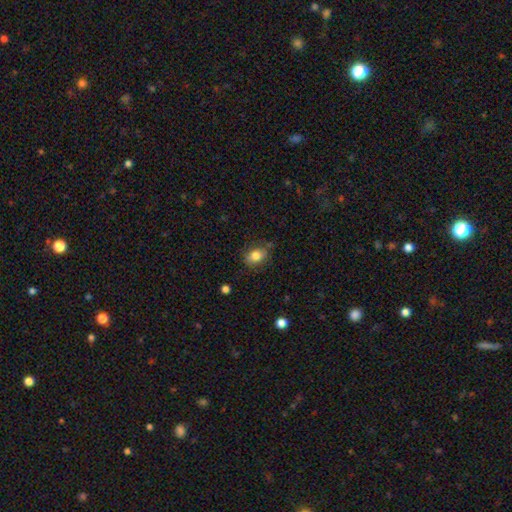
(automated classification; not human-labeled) This is clearly a smooth galaxy (81%). How rounded: likely in between (64%). Merging: likely none (73%).